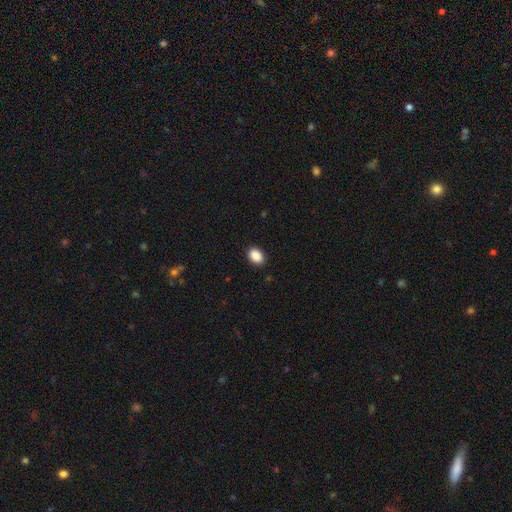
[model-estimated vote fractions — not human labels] Smooth or featured? Predicted: smooth (p=0.90). How rounded? Predicted: in between (p=0.82). Merging? Predicted: none (p=0.89).